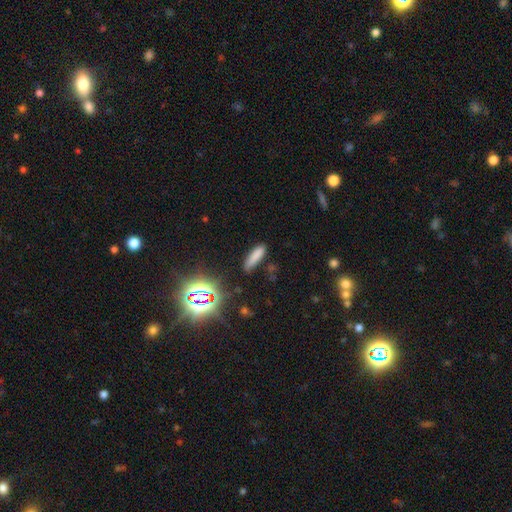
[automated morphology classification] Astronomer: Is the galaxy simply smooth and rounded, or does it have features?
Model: smooth — 76%.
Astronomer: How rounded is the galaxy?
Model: cigar-shaped — 72%.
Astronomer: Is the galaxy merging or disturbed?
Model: none — 78%.